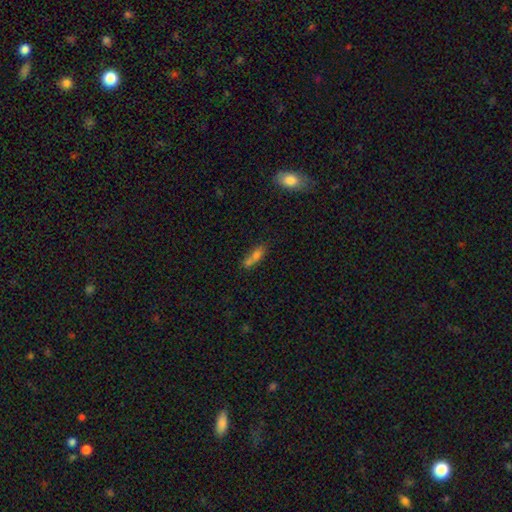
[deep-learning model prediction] smooth 66%, featured or disk 20%, star or artifact 14%. Down the decision tree: how rounded — in between (58%); merging — merger (46%).